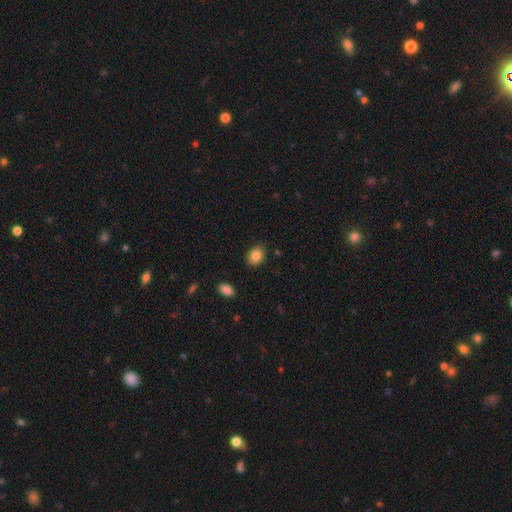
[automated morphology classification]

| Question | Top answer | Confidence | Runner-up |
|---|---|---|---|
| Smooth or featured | smooth | 86% | star or artifact (9%) |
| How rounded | in between | 67% | round (32%) |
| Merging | none | 85% | minor disturbance (11%) |